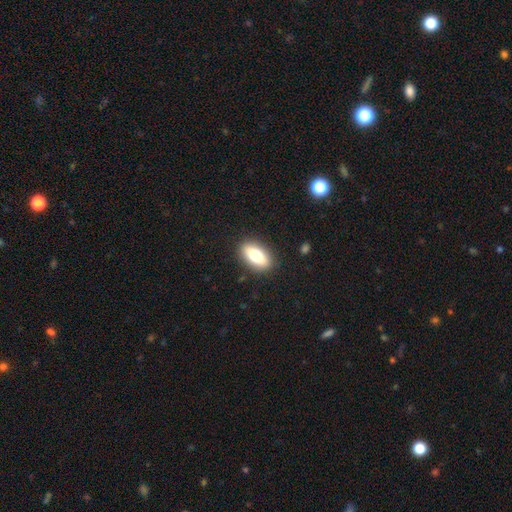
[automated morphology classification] Smooth or featured? Predicted: smooth (p=0.75). How rounded? Predicted: in between (p=0.86). Merging? Predicted: none (p=0.88).